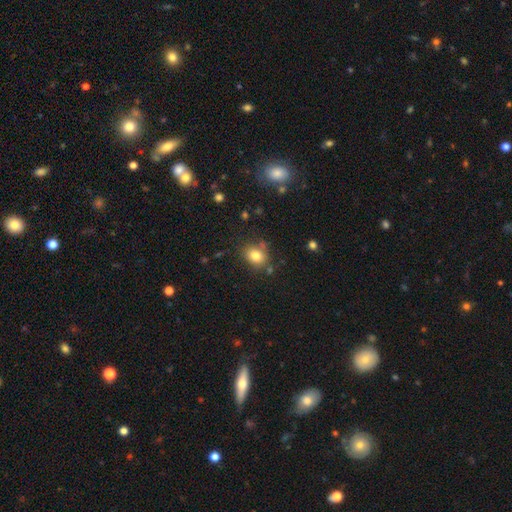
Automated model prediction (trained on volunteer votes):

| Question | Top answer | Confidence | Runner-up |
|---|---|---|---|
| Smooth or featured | smooth | 79% | star or artifact (12%) |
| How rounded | round | 51% | in between (48%) |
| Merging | none | 72% | minor disturbance (16%) |